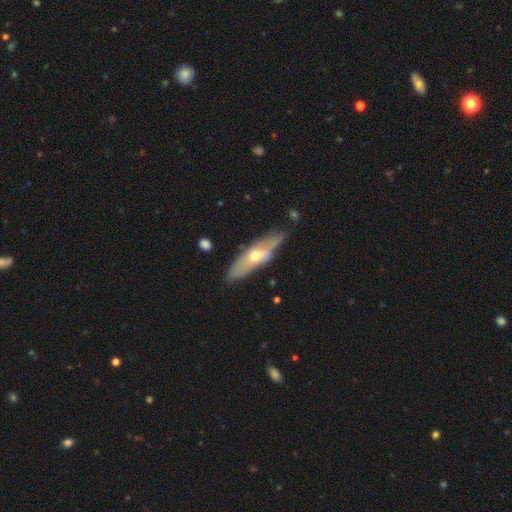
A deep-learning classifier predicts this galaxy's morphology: This appears to be a featured or disk galaxy (55%) viewed edge-on (50%, tied with no). Merging: none (68%).